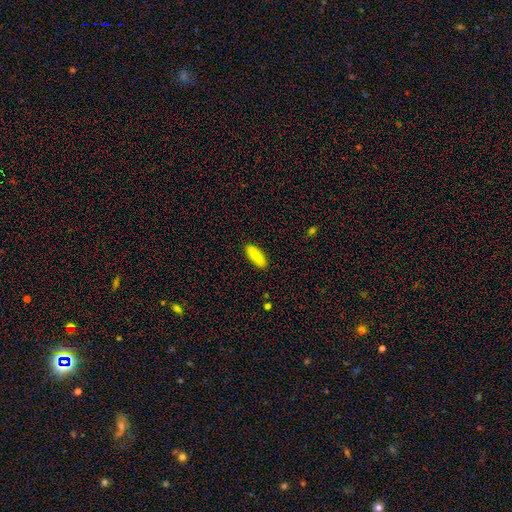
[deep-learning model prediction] Smooth or featured: smooth — 81% (featured or disk — 13%)
How rounded: in between — 72% (cigar-shaped — 26%)
Merging: none — 89% (minor disturbance — 8%)